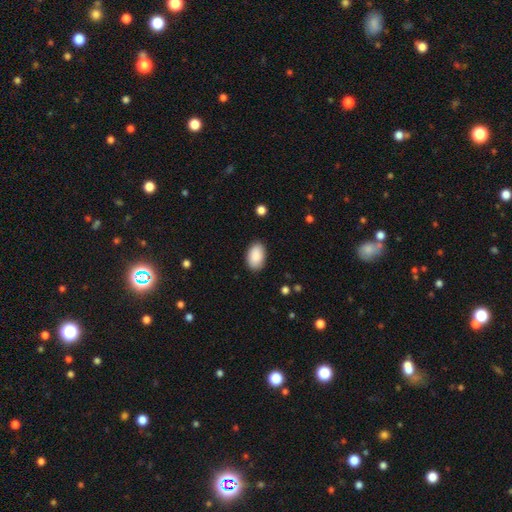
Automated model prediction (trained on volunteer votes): Smooth or featured?
  - smooth: 90% *
  - star or artifact: 6%
  - featured or disk: 4%
How rounded?
  - in between: 93% *
  - round: 6%
  - cigar-shaped: 1%
Merging?
  - none: 86% *
  - minor disturbance: 10%
  - major disturbance: 2%
  - merger: 1%